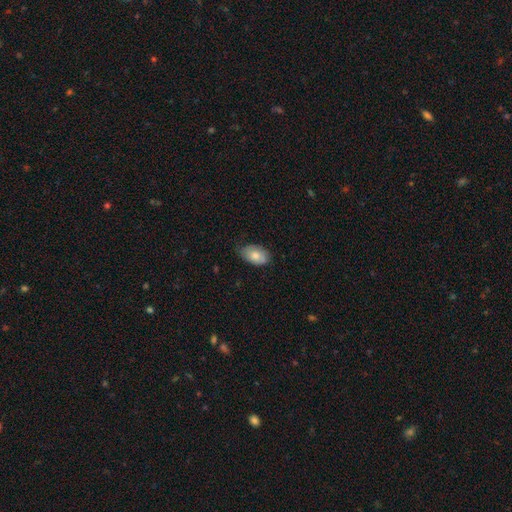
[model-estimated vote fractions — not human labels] Smooth or featured? smooth (76%)
How rounded? in between (92%)
Merging? none (69%)